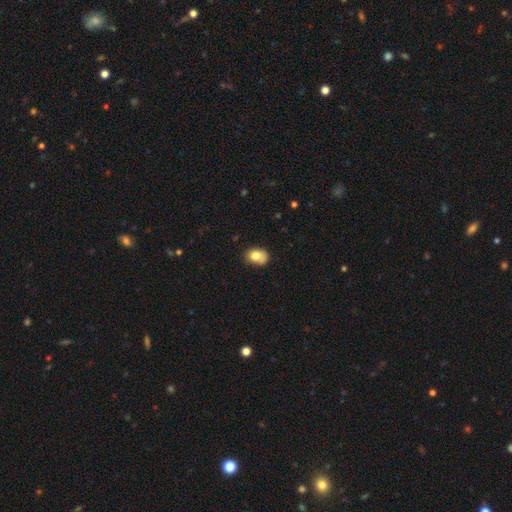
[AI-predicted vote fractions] Morphology: type=smooth (77%); roundness=in between (63%); merging=none (56%).